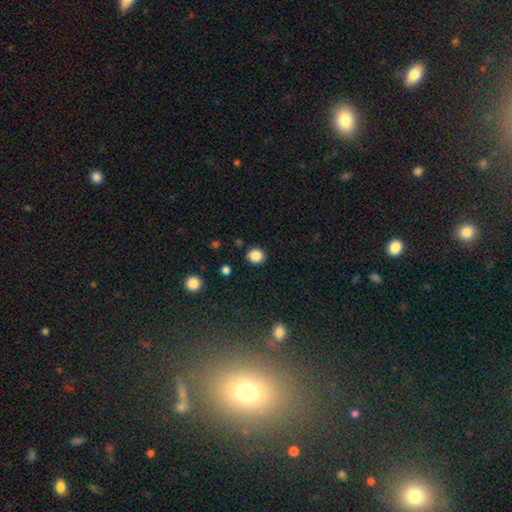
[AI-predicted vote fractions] Smooth or featured?
  - smooth: 86% *
  - star or artifact: 10%
  - featured or disk: 4%
How rounded?
  - round: 73% *
  - in between: 27%
  - cigar-shaped: 1%
Merging?
  - none: 89% *
  - minor disturbance: 7%
  - major disturbance: 2%
  - merger: 2%